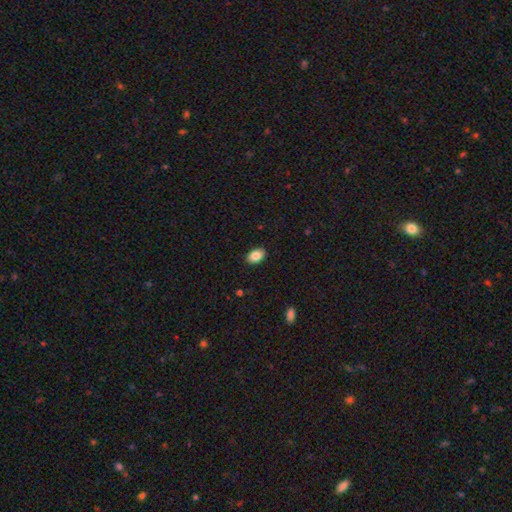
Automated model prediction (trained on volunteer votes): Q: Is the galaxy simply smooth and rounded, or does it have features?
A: smooth — 87%.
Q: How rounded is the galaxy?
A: in between — 89%.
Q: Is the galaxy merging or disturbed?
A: none — 89%.